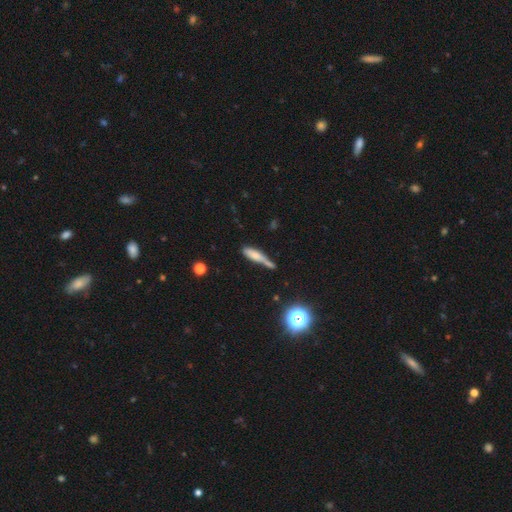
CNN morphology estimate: Smooth or featured?
  - smooth: 66% *
  - featured or disk: 24%
  - star or artifact: 10%
How rounded?
  - cigar-shaped: 68% *
  - in between: 30%
  - round: 3%
Merging?
  - none: 37% *
  - minor disturbance: 26%
  - merger: 25%
  - major disturbance: 12%